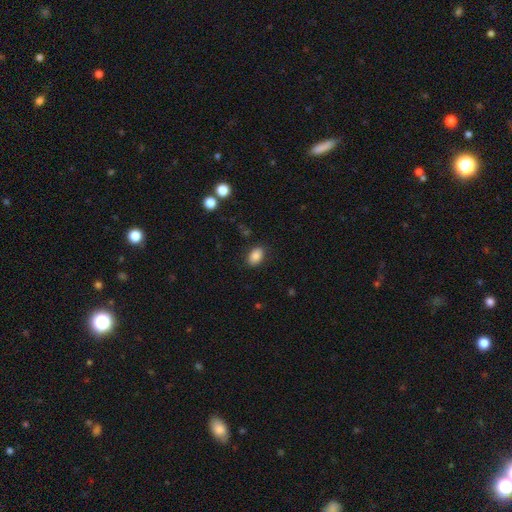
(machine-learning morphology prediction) Q: Smooth or featured?
A: smooth (85%); runner-up: star or artifact (9%)
Q: How rounded?
A: in between (85%); runner-up: round (14%)
Q: Merging?
A: none (86%); runner-up: minor disturbance (10%)